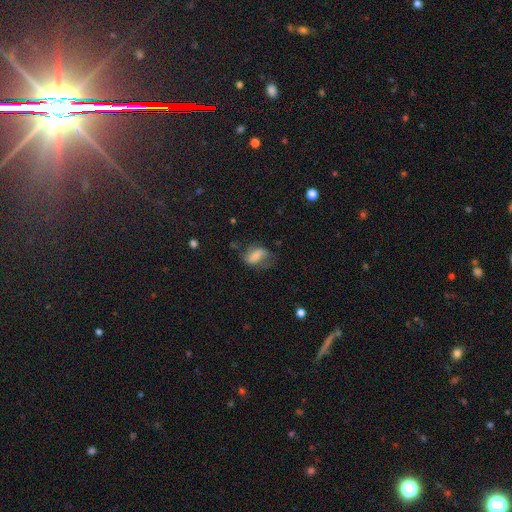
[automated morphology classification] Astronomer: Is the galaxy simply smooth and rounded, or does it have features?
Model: smooth — 52% (runner-up: featured or disk, 38%).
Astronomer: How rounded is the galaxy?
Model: in between — 80%.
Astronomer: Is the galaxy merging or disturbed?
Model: none — 46% (runner-up: minor disturbance, 27%).